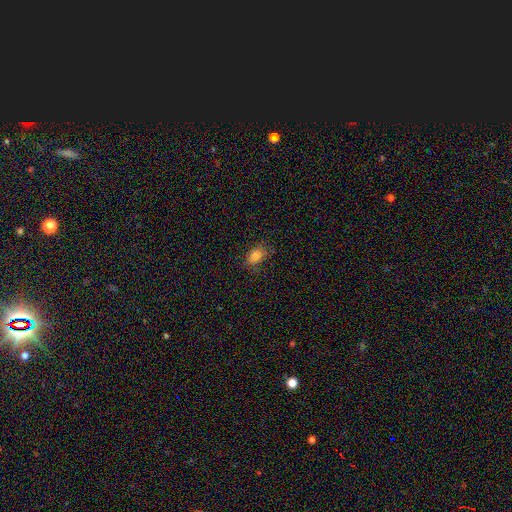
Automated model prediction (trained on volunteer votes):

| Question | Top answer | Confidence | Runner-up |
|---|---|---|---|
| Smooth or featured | smooth | 81% | star or artifact (12%) |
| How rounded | in between | 80% | round (17%) |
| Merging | none | 77% | minor disturbance (17%) |